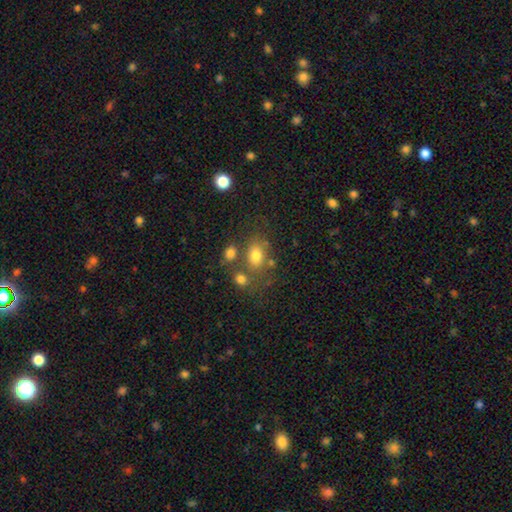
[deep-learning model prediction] Smooth or featured: smooth — 75% (star or artifact — 13%)
How rounded: in between — 66% (round — 33%)
Merging: none — 58% (merger — 19%)